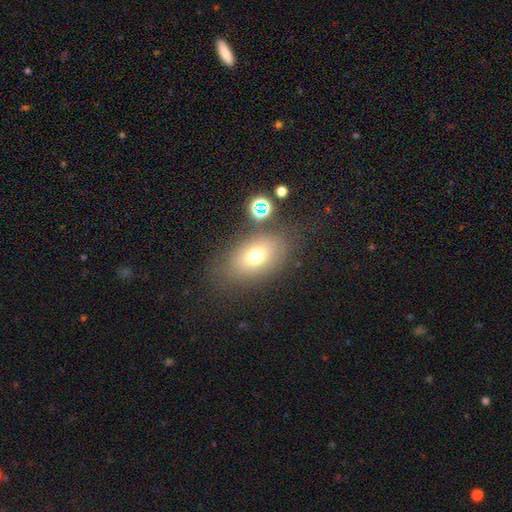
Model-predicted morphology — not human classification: Overall: smooth (69%). How rounded: in between (81%). Merging: none (71%).